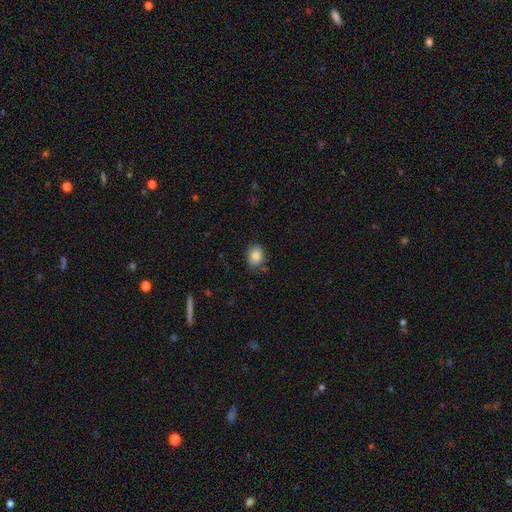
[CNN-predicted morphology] Smooth or featured?
  - smooth: 86% *
  - star or artifact: 9%
  - featured or disk: 6%
How rounded?
  - in between: 54% *
  - round: 45%
  - cigar-shaped: 1%
Merging?
  - none: 78% *
  - minor disturbance: 16%
  - major disturbance: 3%
  - merger: 2%